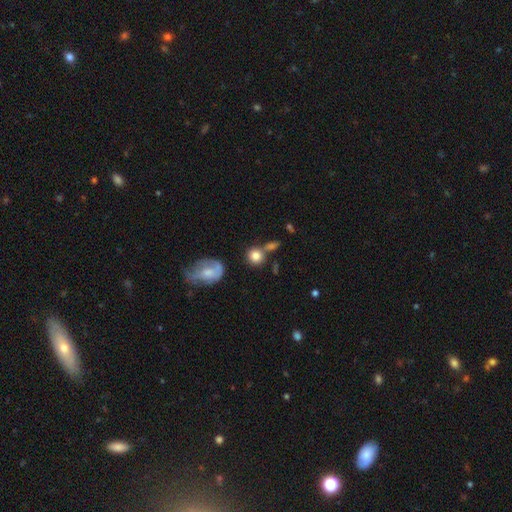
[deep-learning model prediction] Smooth or featured: smooth — 81% (star or artifact — 9%)
How rounded: round — 86% (in between — 13%)
Merging: none — 57% (merger — 24%)